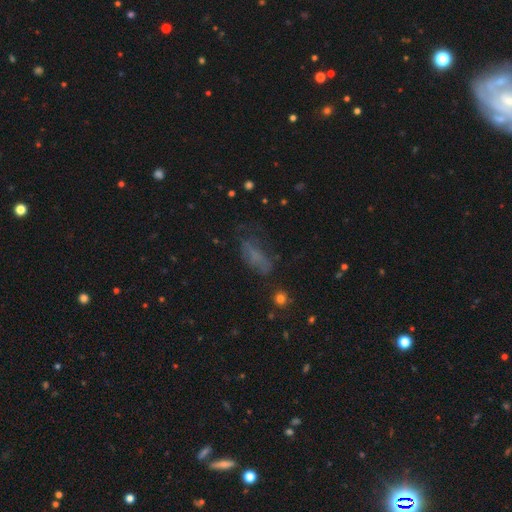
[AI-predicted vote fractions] A smooth galaxy with no disk features (56%) that is in between round and cigar-shaped (74%). Merging: none (45%).